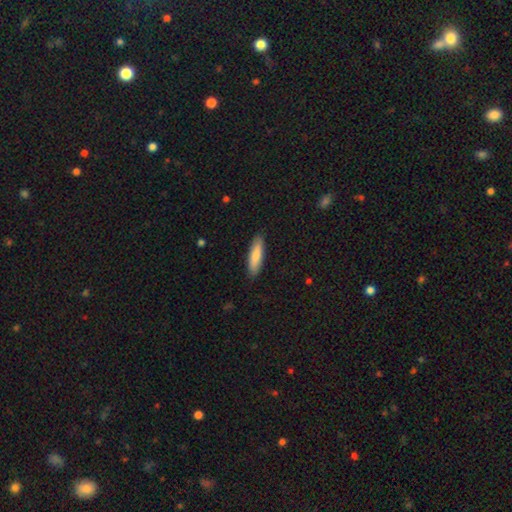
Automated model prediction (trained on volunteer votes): smooth-or-featured: smooth: 83% | featured or disk: 12% | star or artifact: 5%
  how-rounded: cigar-shaped: 69% | in between: 30% | round: 1%
  merging: none: 89% | minor disturbance: 9% | major disturbance: 2% | merger: 1%